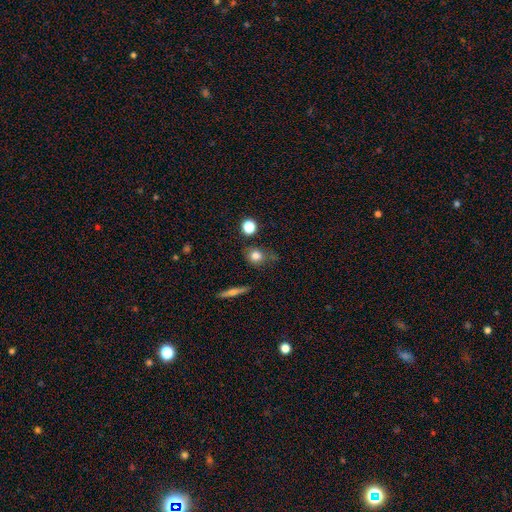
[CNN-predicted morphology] type=smooth (79%); roundness=round (77%); merging=none (73%).